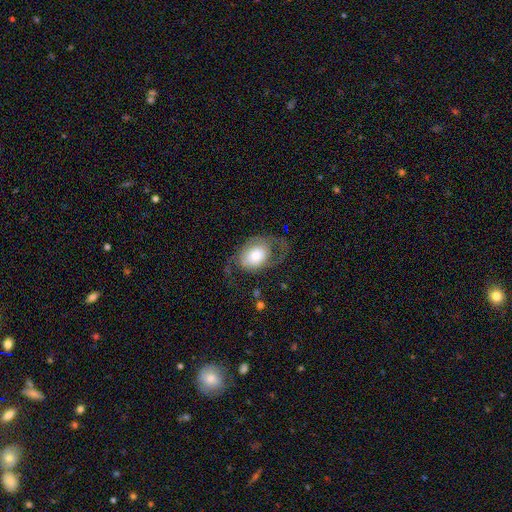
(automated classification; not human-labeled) Q: Smooth or featured?
A: smooth (49%); runner-up: featured or disk (44%)
Q: Merging?
A: major disturbance (38%); runner-up: none (37%)